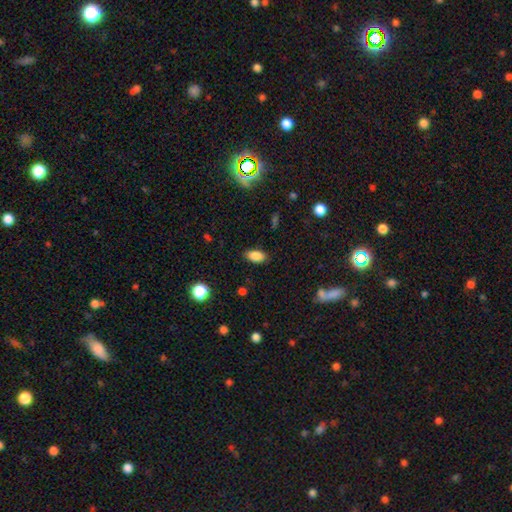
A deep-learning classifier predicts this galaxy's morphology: The model was most divided on "merging": none: 84%, minor disturbance: 12%, major disturbance: 3%, merger: 1%. More confident: how rounded — in between (91%); smooth or featured — smooth (85%).